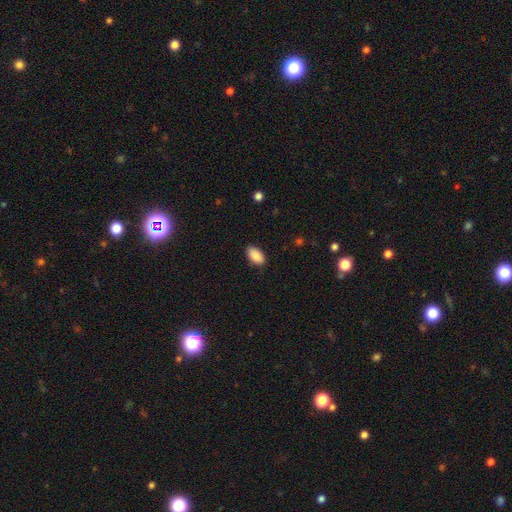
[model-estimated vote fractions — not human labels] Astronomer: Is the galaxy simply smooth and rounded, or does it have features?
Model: smooth — 90%.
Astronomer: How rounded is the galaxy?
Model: in between — 94%.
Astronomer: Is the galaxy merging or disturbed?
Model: none — 87%.